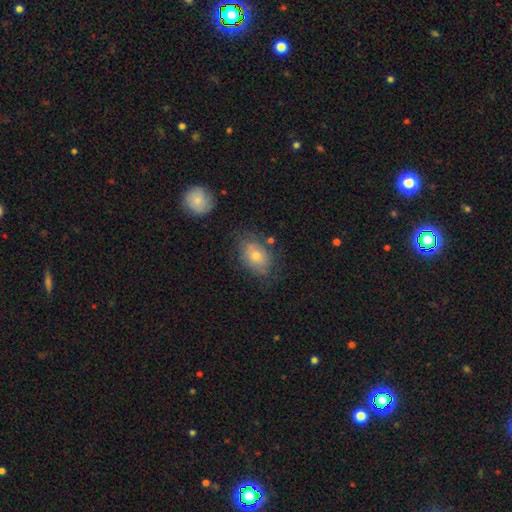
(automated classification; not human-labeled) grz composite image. It shows a smooth galaxy with no disk features (68%) that is in between round and cigar-shaped (77%). Merging: none (68%).